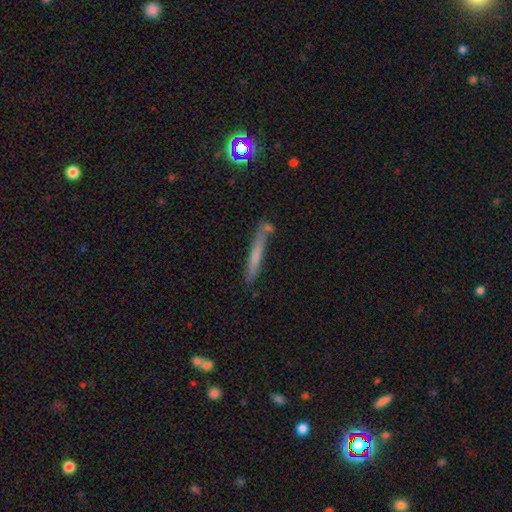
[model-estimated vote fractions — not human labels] smooth_or_featured: smooth (p=0.62) [alt: featured or disk p=0.30]
how_rounded: cigar-shaped (p=0.95) [alt: in between p=0.03]
merging: none (p=0.74) [alt: minor disturbance p=0.15]